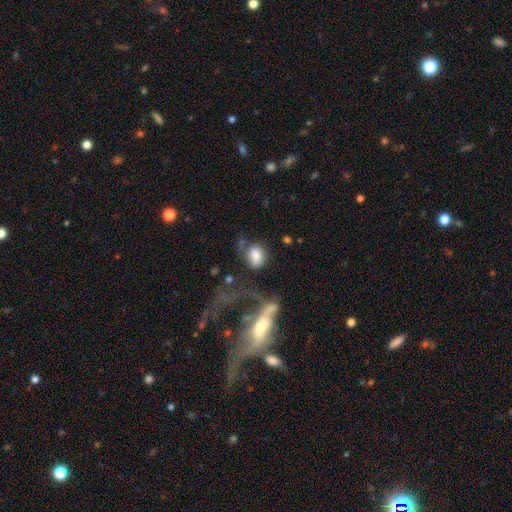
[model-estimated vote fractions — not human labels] smooth_or_featured: smooth (p=0.75) [alt: featured or disk p=0.17]
how_rounded: in between (p=0.72) [alt: round p=0.26]
merging: none (p=0.41) [alt: major disturbance p=0.20]